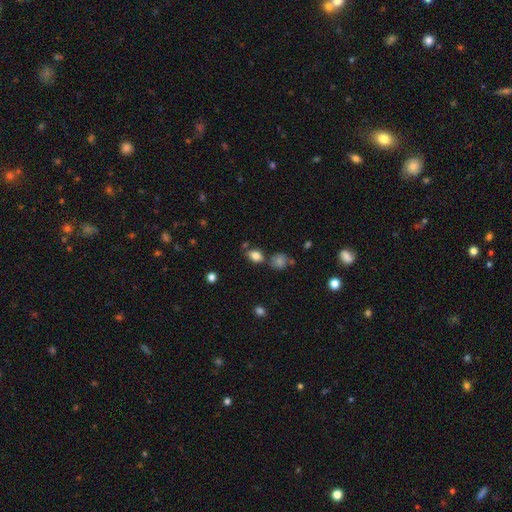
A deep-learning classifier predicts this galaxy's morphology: Smooth or featured? Predicted: smooth (p=0.81). How rounded? Predicted: in between (p=0.79). Merging? Predicted: none (p=0.66).